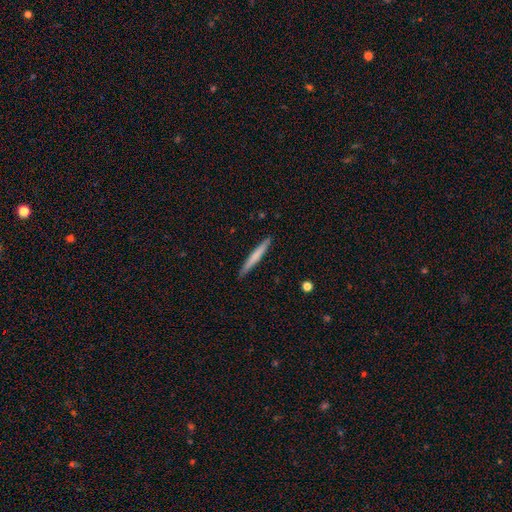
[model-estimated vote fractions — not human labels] Overall: smooth (66%; featured or disk 29%). How rounded: cigar-shaped (97%). Merging: none (91%).